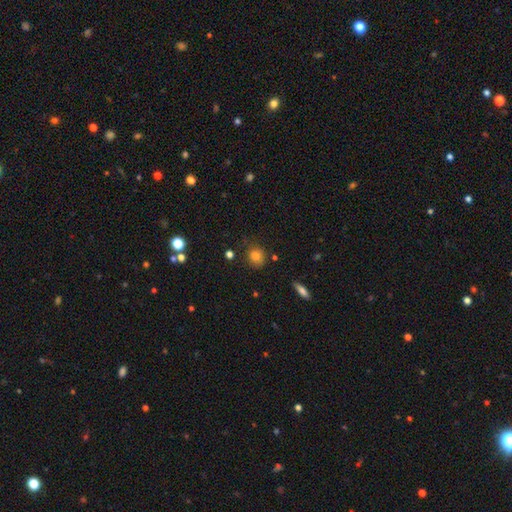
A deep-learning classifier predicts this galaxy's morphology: Smooth or featured? smooth (80%)
How rounded? round (82%)
Merging? none (80%)